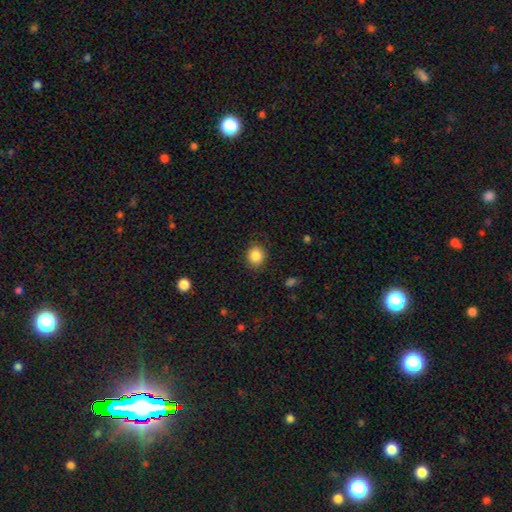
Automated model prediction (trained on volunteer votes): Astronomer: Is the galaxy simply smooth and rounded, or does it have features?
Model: smooth — 86%.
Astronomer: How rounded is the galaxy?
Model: round — 80%.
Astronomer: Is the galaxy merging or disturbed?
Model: none — 87%.